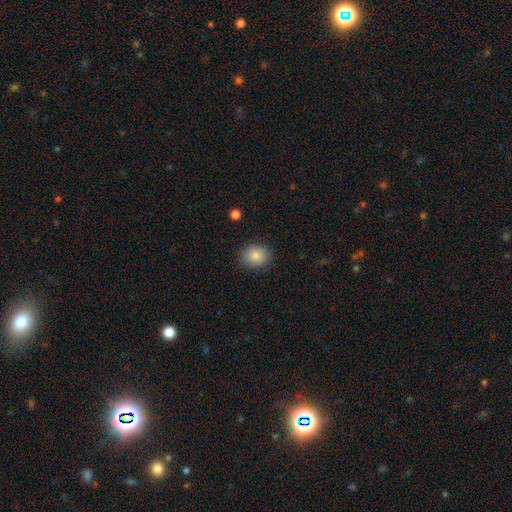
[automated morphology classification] This is clearly a smooth galaxy (83%). How rounded: likely round (61%). Merging: clearly none (86%).